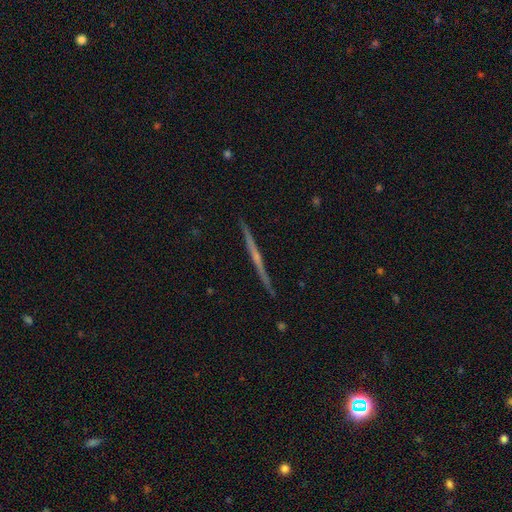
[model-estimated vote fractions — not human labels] Overall: featured or disk (79%). Edge-on disk: yes (98%). Edge-on bulge: rounded (48%; none 44%). Merging: none (92%).